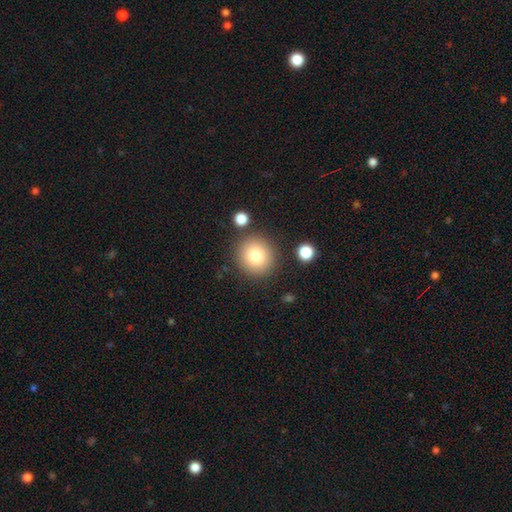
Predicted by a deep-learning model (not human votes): smooth-or-featured: smooth: 80% | star or artifact: 10% | featured or disk: 9%
  how-rounded: round: 93% | in between: 6% | cigar-shaped: 1%
  merging: none: 85% | minor disturbance: 8% | merger: 4% | major disturbance: 3%